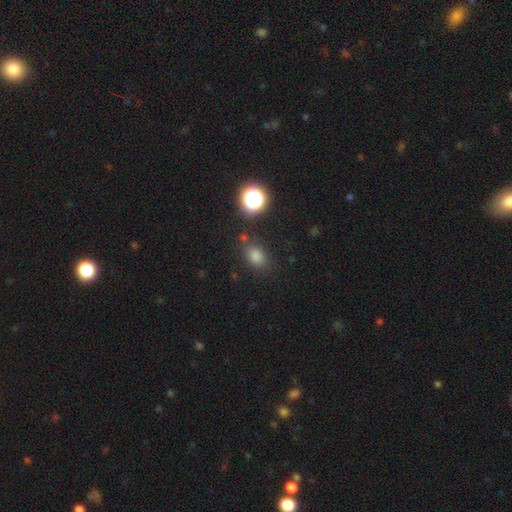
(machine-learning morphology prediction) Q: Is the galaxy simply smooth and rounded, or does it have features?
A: smooth — 74%.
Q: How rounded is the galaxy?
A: in between — 59%.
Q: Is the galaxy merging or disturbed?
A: none — 77%.